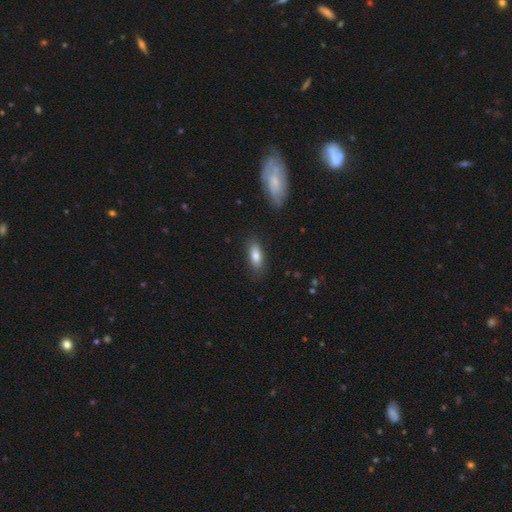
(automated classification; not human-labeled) A smooth galaxy with no disk features (80%) that is in between round and cigar-shaped (78%). Merging: none (82%).